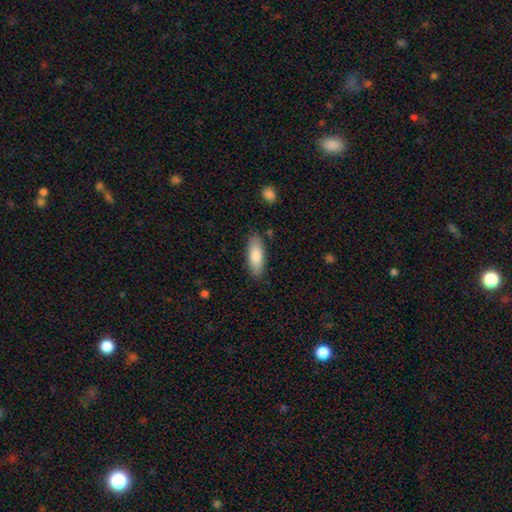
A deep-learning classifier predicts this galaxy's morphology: Overall: smooth (82%). How rounded: in between (68%; cigar-shaped 30%). Merging: none (85%).